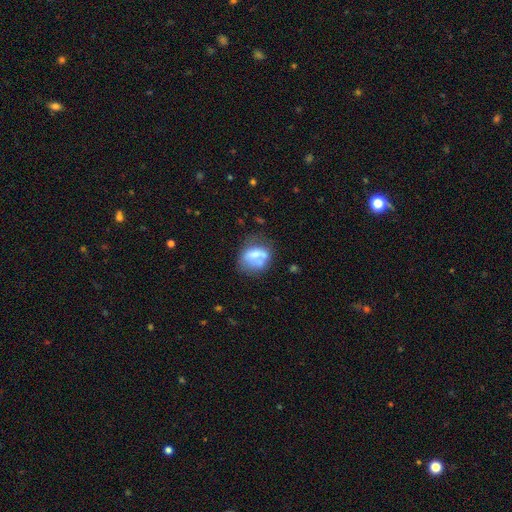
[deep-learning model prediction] Smooth or featured? smooth (58%)
How rounded? in between (53%)
Merging? none (38%)